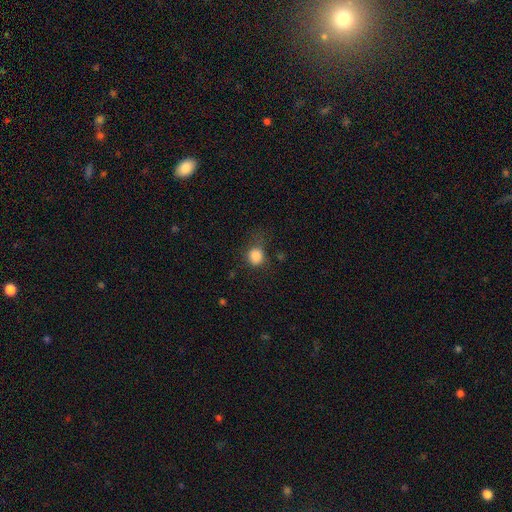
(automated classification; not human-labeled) Smooth or featured: smooth — 84% (star or artifact — 11%)
How rounded: round — 78% (in between — 21%)
Merging: none — 60% (minor disturbance — 25%)